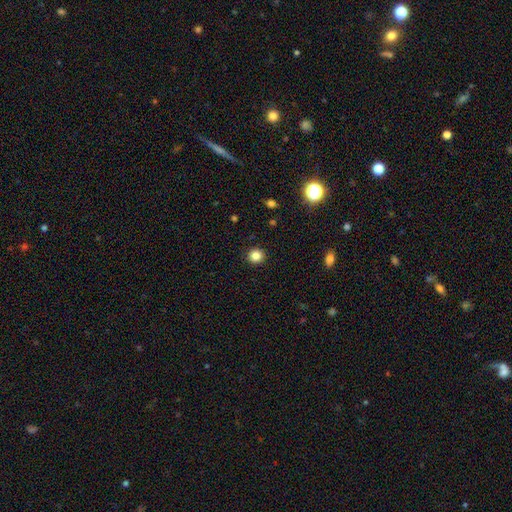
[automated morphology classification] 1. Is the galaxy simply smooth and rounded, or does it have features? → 84% smooth, 11% star or artifact, 4% featured or disk.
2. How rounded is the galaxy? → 92% round, 7% in between, 1% cigar-shaped.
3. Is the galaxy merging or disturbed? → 93% none, 5% minor disturbance, 2% major disturbance, 1% merger.